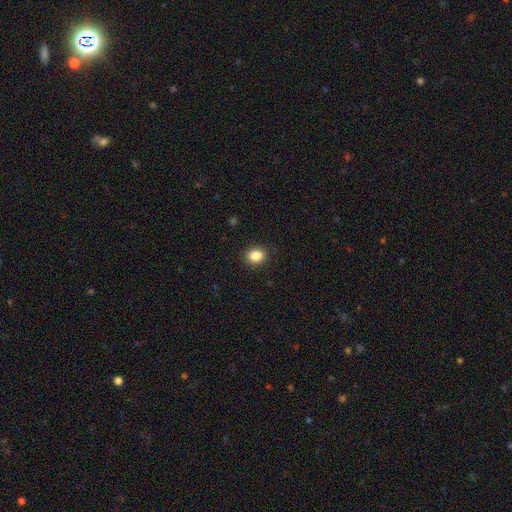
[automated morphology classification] This is clearly a smooth galaxy (86%). How rounded: possibly in between (53%). Merging: clearly none (89%).